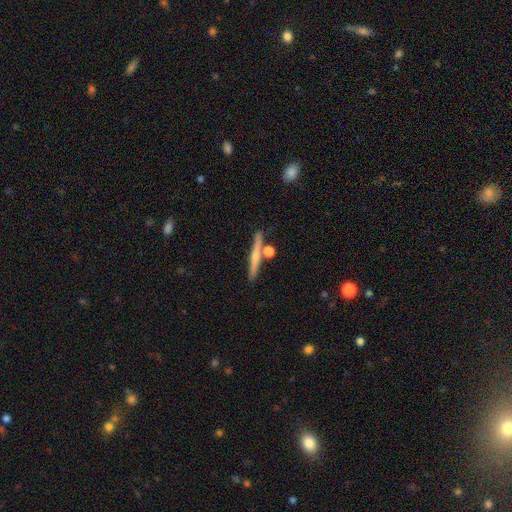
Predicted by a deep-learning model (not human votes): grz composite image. It shows a featured or disk galaxy (53%) viewed edge-on (96%) with a rounded central bulge (65%). Merging: none (78%).